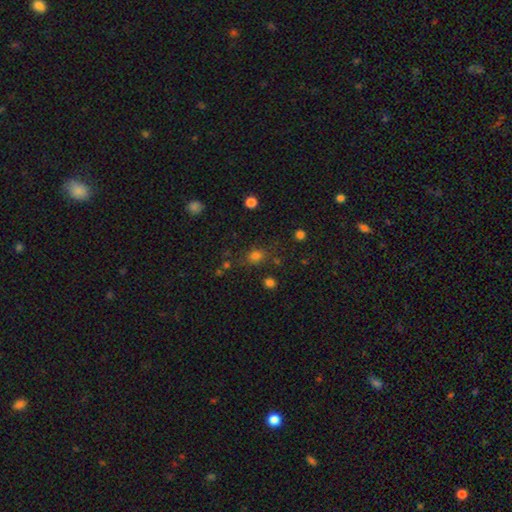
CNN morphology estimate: Q: Smooth or featured?
A: smooth (72%); runner-up: star or artifact (21%)
Q: How rounded?
A: round (55%); runner-up: in between (43%)
Q: Merging?
A: none (73%); runner-up: minor disturbance (15%)